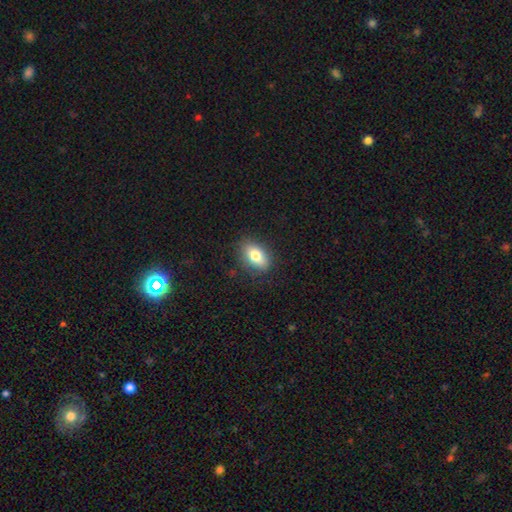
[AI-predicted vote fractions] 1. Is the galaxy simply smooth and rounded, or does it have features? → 77% smooth, 14% featured or disk, 9% star or artifact.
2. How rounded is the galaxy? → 84% in between, 11% round, 5% cigar-shaped.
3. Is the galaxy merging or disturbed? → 84% none, 12% minor disturbance, 3% major disturbance, 1% merger.